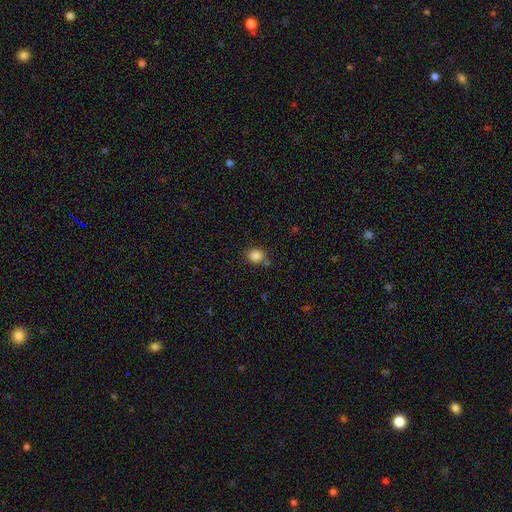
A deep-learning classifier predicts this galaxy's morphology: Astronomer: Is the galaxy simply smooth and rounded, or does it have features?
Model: smooth — 84%.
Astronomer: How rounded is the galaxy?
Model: round — 78%.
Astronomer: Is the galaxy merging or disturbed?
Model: none — 75%.